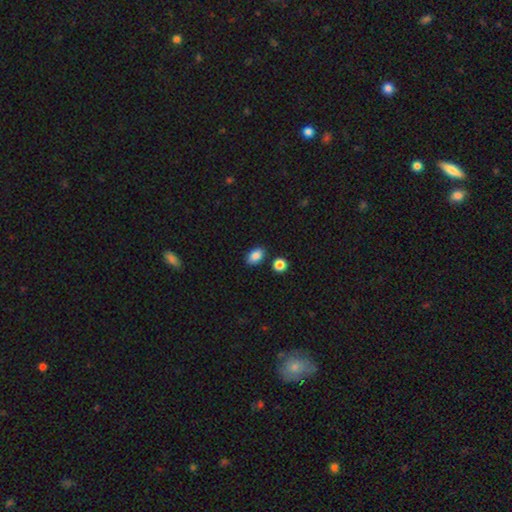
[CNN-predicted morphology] Overall: smooth (87%). How rounded: in between (86%). Merging: none (84%).